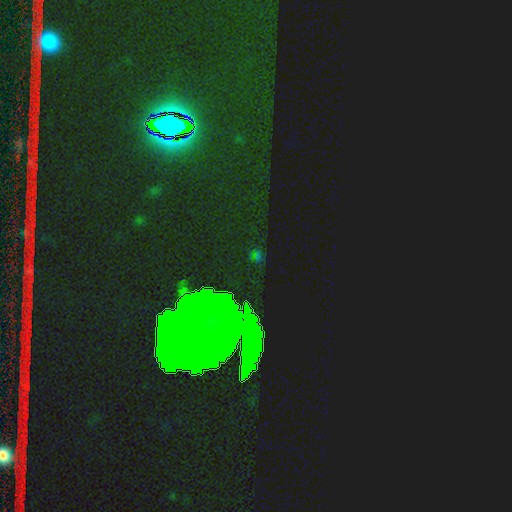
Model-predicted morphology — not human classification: Q: Smooth or featured?
A: star or artifact (68%); runner-up: smooth (16%)